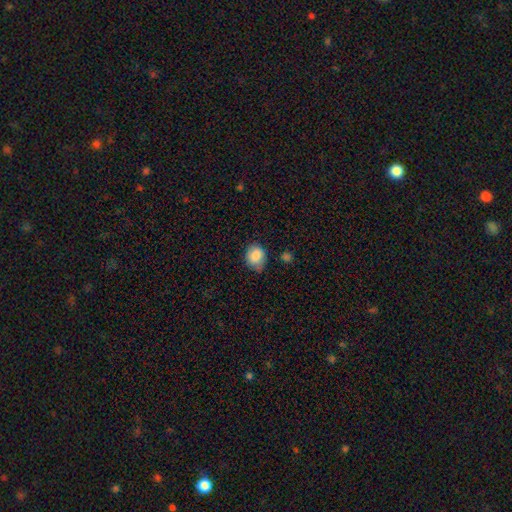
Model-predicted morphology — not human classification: Smooth or featured: smooth — 86% (star or artifact — 8%)
How rounded: round — 56% (in between — 43%)
Merging: none — 65% (minor disturbance — 27%)